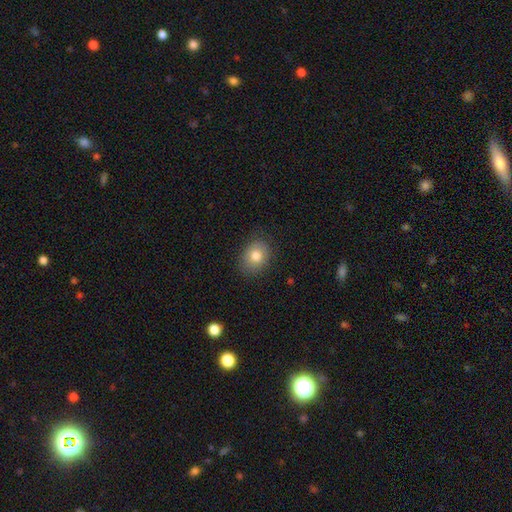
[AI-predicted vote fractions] A smooth galaxy with no disk features (79%) that is in between round and cigar-shaped (56%). Merging: none (82%).